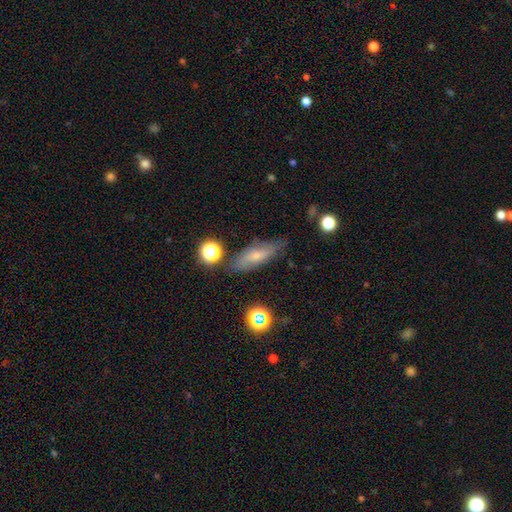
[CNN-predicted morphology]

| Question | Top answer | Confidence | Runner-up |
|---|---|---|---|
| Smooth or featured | smooth | 51% | featured or disk (38%) |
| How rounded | in between | 51% | cigar-shaped (44%) |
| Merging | none | 72% | minor disturbance (20%) |